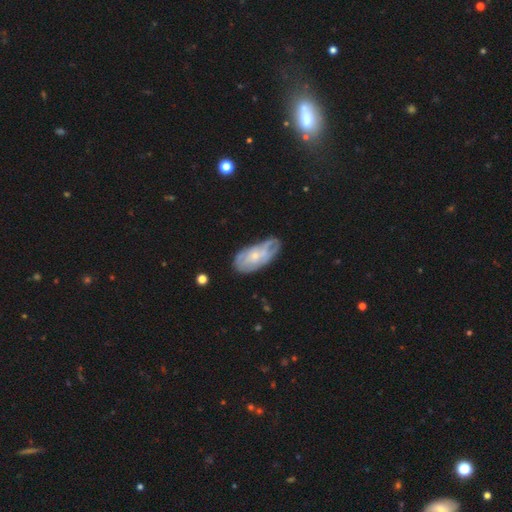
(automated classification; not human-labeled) The model was most divided on "spiral arms": yes: 61%, no: 39%. More confident: edge-on disk — no (92%); bar — no (78%); bulge size — small (68%); smooth or featured — featured or disk (58%); merging — none (54%).